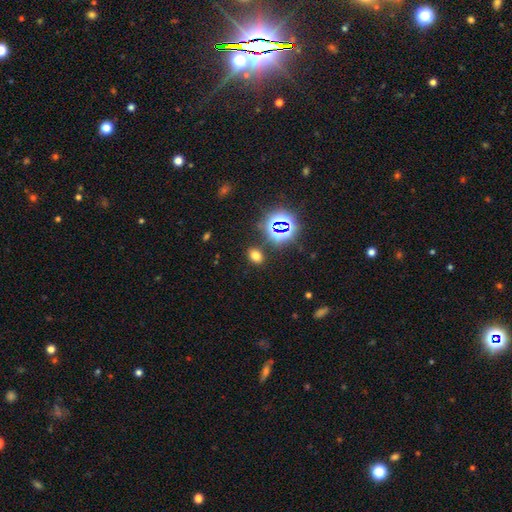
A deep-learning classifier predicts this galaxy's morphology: smooth-or-featured: smooth: 64% | star or artifact: 28% | featured or disk: 7%
  how-rounded: in between: 67% | round: 32% | cigar-shaped: 1%
  merging: none: 84% | minor disturbance: 9% | merger: 4% | major disturbance: 3%